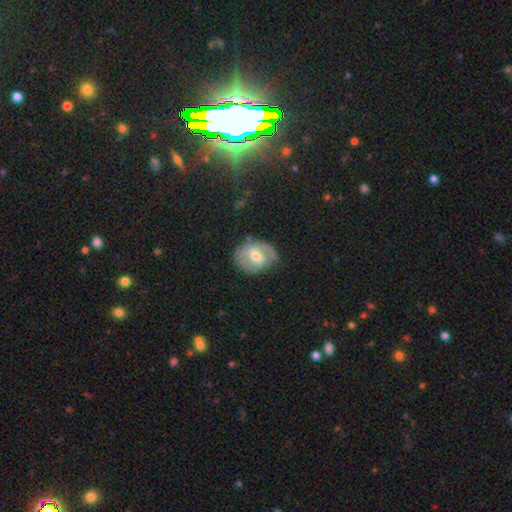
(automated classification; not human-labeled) smooth_or_featured: featured or disk (p=0.61) [alt: smooth p=0.32]
disk_edge_on: no (p=0.96) [alt: yes p=0.04]
bar: weak (p=0.53) [alt: no p=0.31]
has_spiral_arms: yes (p=0.79) [alt: no p=0.21]
bulge_size: moderate (p=0.61) [alt: small p=0.31]
merging: none (p=0.65) [alt: minor disturbance p=0.24]